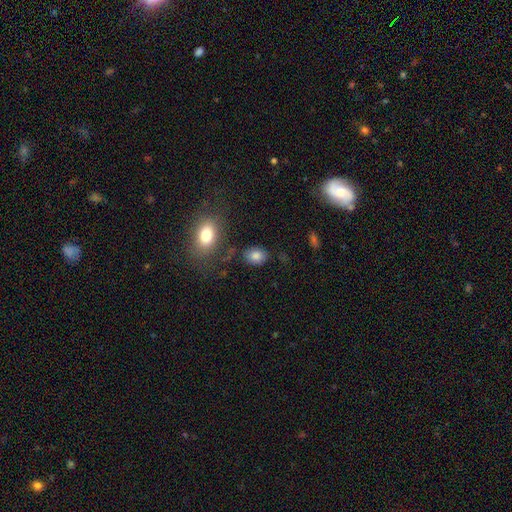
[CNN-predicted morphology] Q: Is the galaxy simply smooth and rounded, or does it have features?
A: smooth — 84%.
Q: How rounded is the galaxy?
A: in between — 68%.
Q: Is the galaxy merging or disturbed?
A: none — 79%.